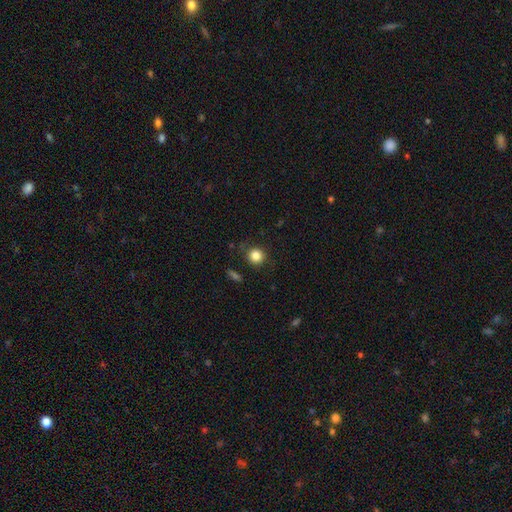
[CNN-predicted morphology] Smooth or featured?
  - smooth: 83% *
  - star or artifact: 11%
  - featured or disk: 5%
How rounded?
  - round: 90% *
  - in between: 9%
  - cigar-shaped: 1%
Merging?
  - none: 84% *
  - minor disturbance: 11%
  - major disturbance: 3%
  - merger: 2%